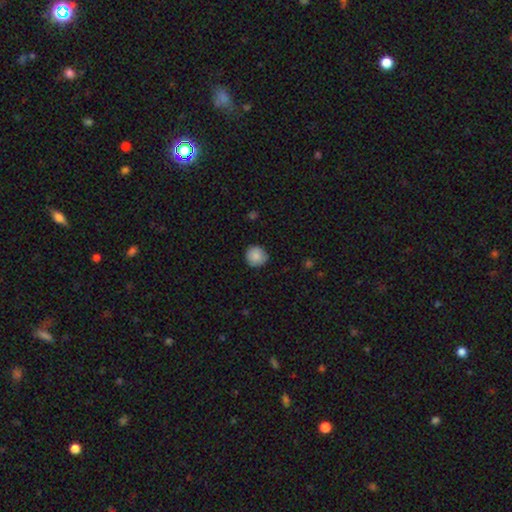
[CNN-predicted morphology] Overall: smooth (88%). How rounded: round (93%). Merging: none (86%).